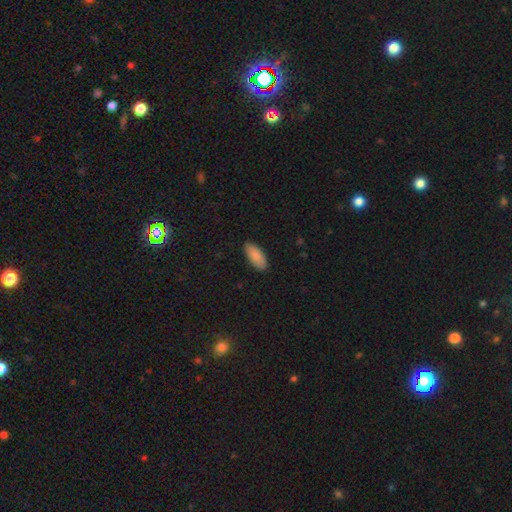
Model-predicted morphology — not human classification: smooth-or-featured: smooth: 90% | star or artifact: 6% | featured or disk: 4%
  how-rounded: in between: 85% | cigar-shaped: 14% | round: 2%
  merging: none: 88% | minor disturbance: 9% | major disturbance: 2% | merger: 1%